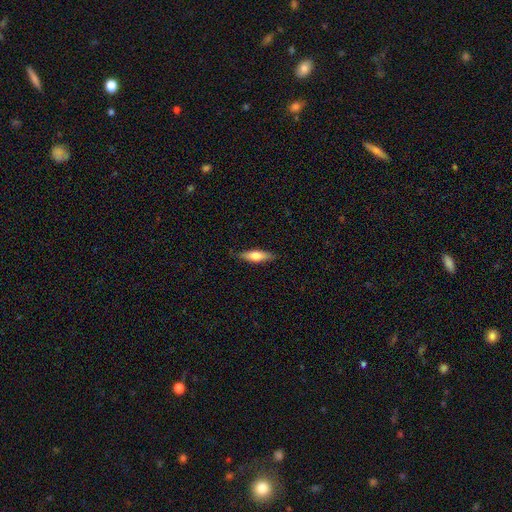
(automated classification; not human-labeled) Morphology: type=smooth (63%); roundness=cigar-shaped (59%); merging=none (82%).